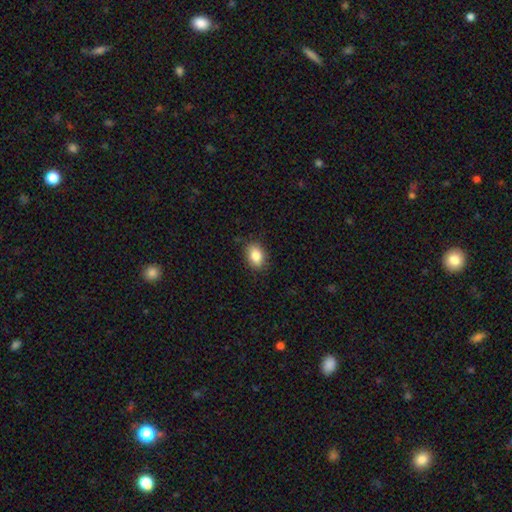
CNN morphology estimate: type=smooth (83%); roundness=in between (79%); merging=none (83%).